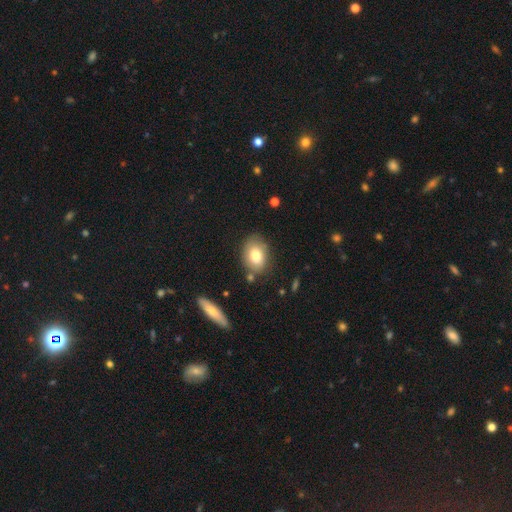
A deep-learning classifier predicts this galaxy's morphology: Smooth or featured? Predicted: smooth (p=0.78). How rounded? Predicted: in between (p=0.74). Merging? Predicted: none (p=0.74).